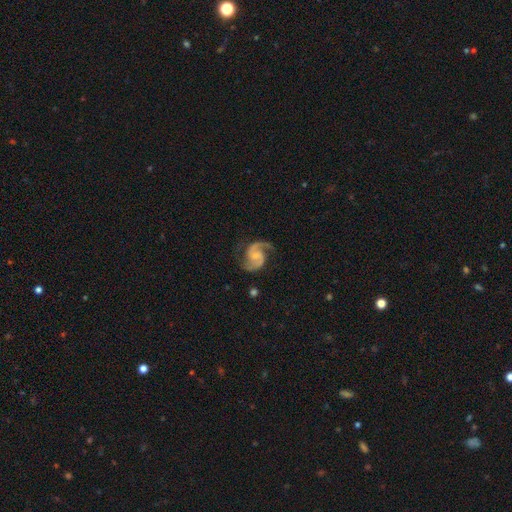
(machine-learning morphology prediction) A featured or disk galaxy (92%) with no bar (54%), 2 (93%) medium (61%) spiral arms (98%) and a small central bulge (53%).

Vote fractions:
- Smooth or featured? featured or disk: 92% / star or artifact: 4% / smooth: 4%
- Edge-on disk? no: 98% / yes: 2%
- Bar? no: 54% / weak: 38% / strong: 8%
- Spiral arms? yes: 98% / no: 2%
- Spiral winding? medium: 61% / loose: 22% / tight: 17%
- Spiral arm count? 2: 93% / 1: 2% / can't tell: 2% / 3: 1% / 4: 1% / more than 4: 1%
- Bulge size? small: 53% / moderate: 32% / none: 12% / large: 2% / dominant: 1%
- Merging? none: 76% / minor disturbance: 16% / major disturbance: 7% / merger: 2%